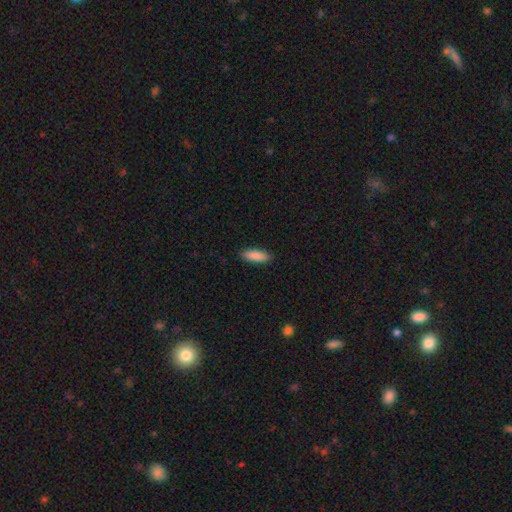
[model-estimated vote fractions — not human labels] Smooth or featured: smooth — 88% (featured or disk — 6%)
How rounded: in between — 55% (cigar-shaped — 43%)
Merging: none — 89% (minor disturbance — 8%)